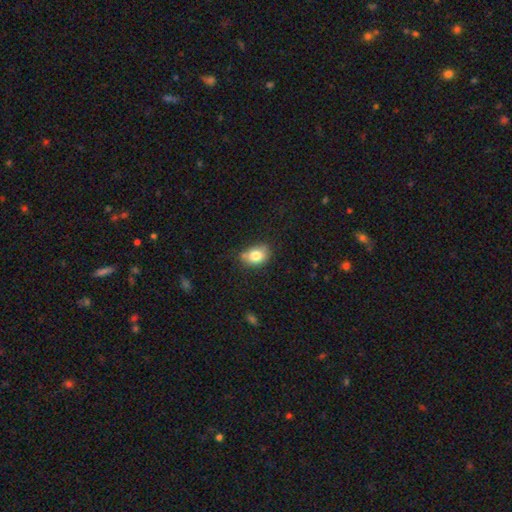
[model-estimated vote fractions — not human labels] smooth_or_featured: smooth (p=0.80) [alt: featured or disk p=0.11]
how_rounded: in between (p=0.66) [alt: round p=0.33]
merging: none (p=0.64) [alt: minor disturbance p=0.25]